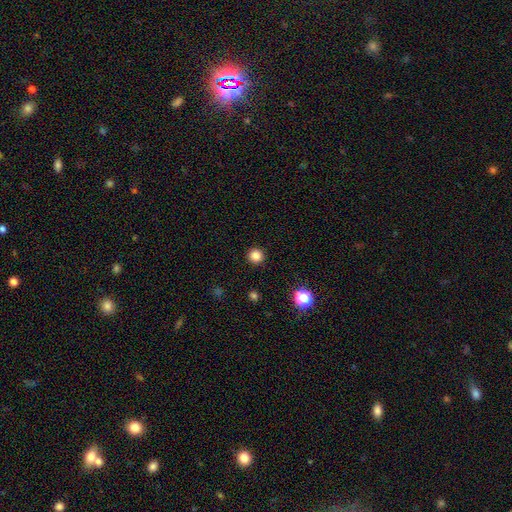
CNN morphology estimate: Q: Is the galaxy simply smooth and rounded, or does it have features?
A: smooth — 84%.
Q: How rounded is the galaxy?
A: round — 96%.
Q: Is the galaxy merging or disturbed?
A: none — 93%.